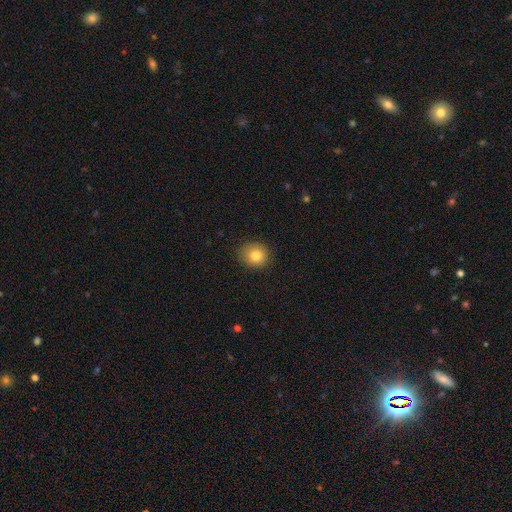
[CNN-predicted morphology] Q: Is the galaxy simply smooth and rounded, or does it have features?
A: smooth — 81%.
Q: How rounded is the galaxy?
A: round — 81%.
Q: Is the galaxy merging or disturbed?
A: none — 86%.